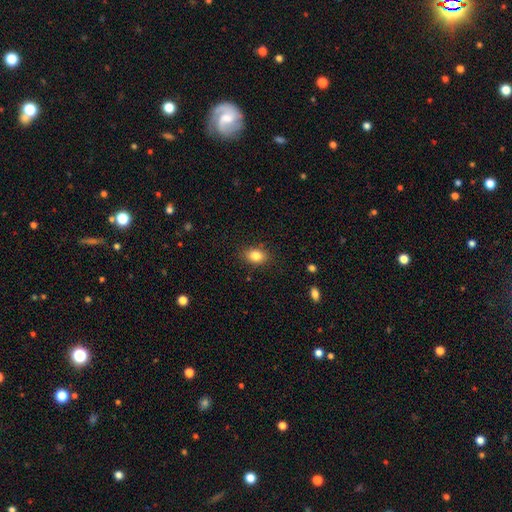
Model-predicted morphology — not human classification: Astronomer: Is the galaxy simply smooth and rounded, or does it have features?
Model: smooth — 84%.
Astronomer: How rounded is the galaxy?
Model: in between — 77%.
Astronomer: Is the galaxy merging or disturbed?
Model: none — 86%.